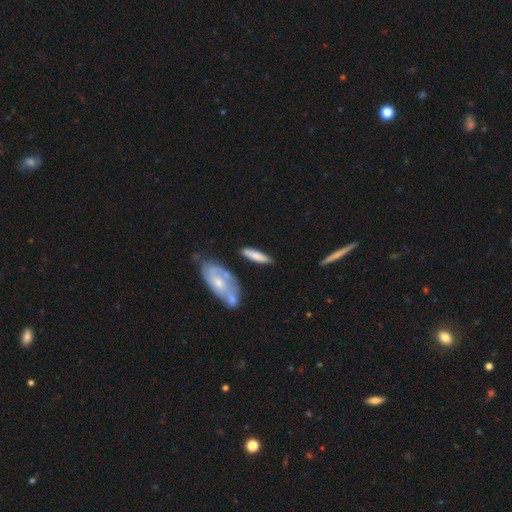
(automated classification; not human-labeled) smooth 68%, featured or disk 26%, star or artifact 6%. Down the decision tree: how rounded — cigar-shaped (68%); merging — none (73%).